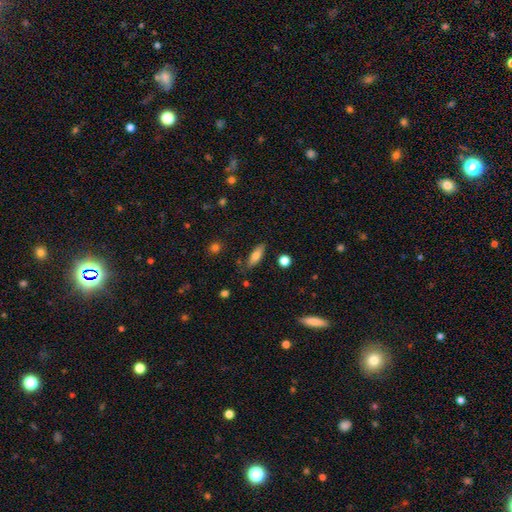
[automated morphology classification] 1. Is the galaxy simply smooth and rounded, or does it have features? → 73% smooth, 19% featured or disk, 7% star or artifact.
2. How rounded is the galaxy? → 61% in between, 36% cigar-shaped, 3% round.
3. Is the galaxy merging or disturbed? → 80% none, 14% minor disturbance, 3% major disturbance, 3% merger.